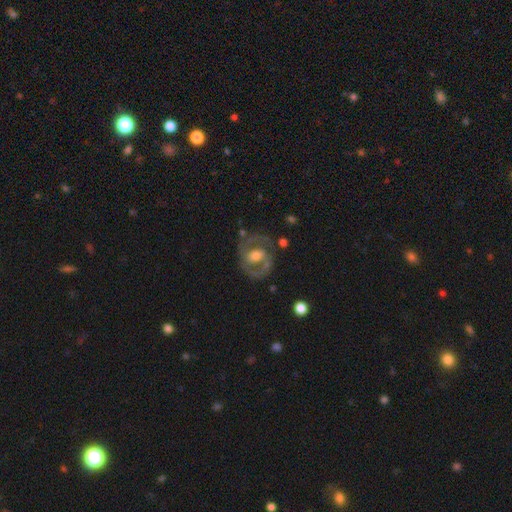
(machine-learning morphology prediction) featured or disk 78%, smooth 16%, star or artifact 6%. Down the decision tree: edge-on disk — no (97%); bar — weak (42%); spiral arms — yes (78%); spiral arm count — 2 (80%); spiral winding — medium (50%); bulge size — moderate (62%); merging — none (72%).